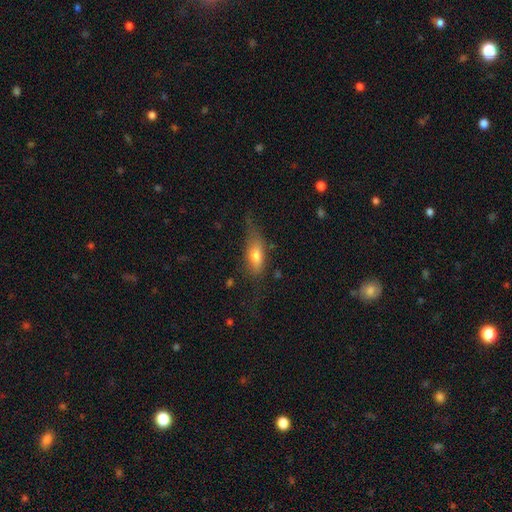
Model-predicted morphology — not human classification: Smooth or featured? smooth (67%)
How rounded? in between (70%)
Merging? none (48%)